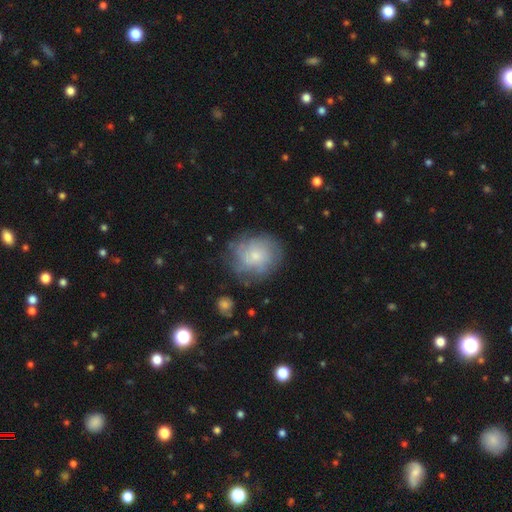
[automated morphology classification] This is possibly a smooth galaxy (52%). How rounded: likely round (76%). Merging: likely none (66%).